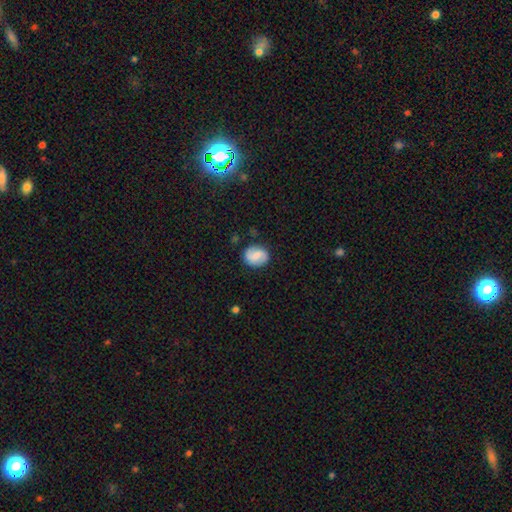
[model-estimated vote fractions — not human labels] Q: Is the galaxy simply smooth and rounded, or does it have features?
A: featured or disk — 50%.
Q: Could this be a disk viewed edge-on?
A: no — 98%.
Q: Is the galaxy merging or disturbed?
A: none — 82%.